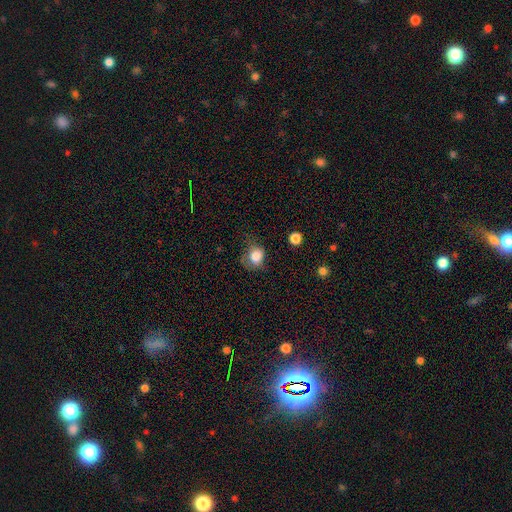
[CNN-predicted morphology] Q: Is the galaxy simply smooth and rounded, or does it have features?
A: smooth — 81%.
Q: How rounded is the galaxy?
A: round — 62%.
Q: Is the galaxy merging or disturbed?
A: none — 43%.